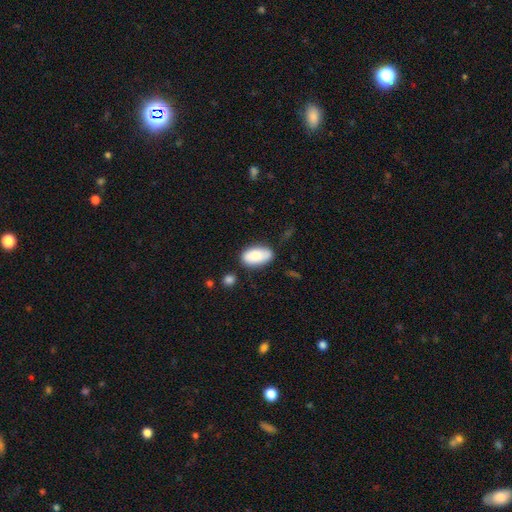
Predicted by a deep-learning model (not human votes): This is clearly a smooth galaxy (81%). How rounded: clearly in between (94%). Merging: likely none (73%).